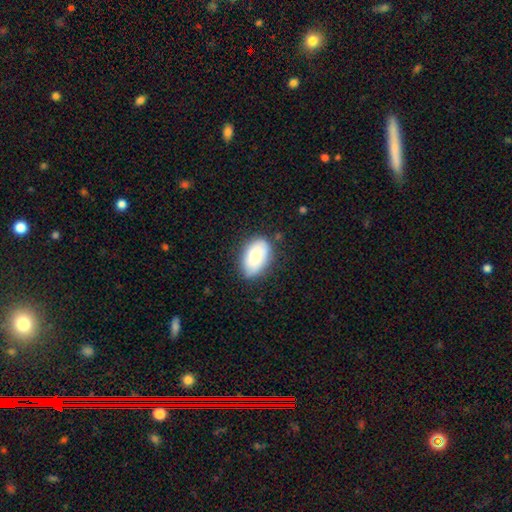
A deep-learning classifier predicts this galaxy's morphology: smooth_or_featured: smooth (p=0.75) [alt: featured or disk p=0.18]
how_rounded: in between (p=0.91) [alt: round p=0.08]
merging: none (p=0.75) [alt: minor disturbance p=0.20]